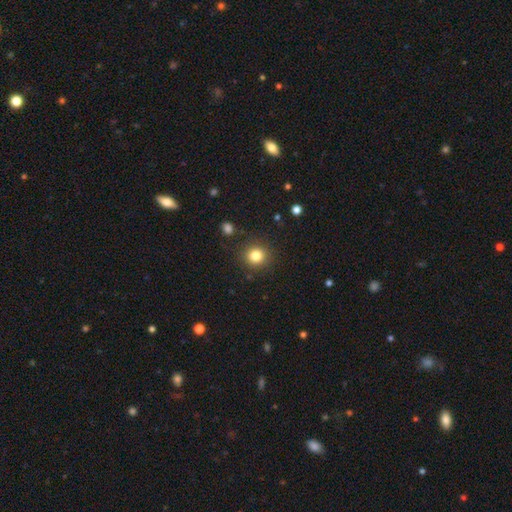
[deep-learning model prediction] Q: Smooth or featured?
A: smooth (82%); runner-up: star or artifact (12%)
Q: How rounded?
A: round (90%); runner-up: in between (9%)
Q: Merging?
A: none (88%); runner-up: minor disturbance (7%)